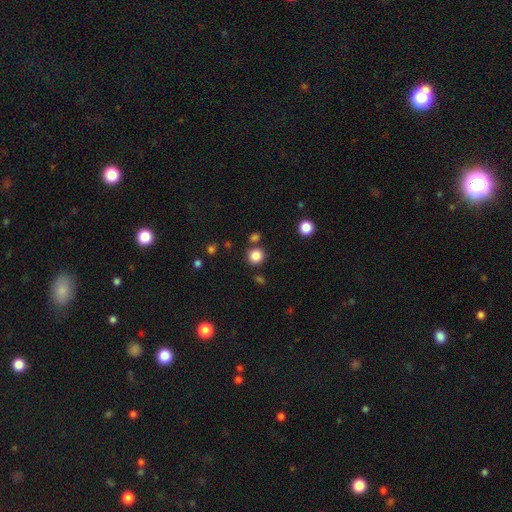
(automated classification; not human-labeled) Smooth or featured?
  - smooth: 85% *
  - star or artifact: 12%
  - featured or disk: 4%
How rounded?
  - round: 90% *
  - in between: 9%
  - cigar-shaped: 1%
Merging?
  - none: 81% *
  - minor disturbance: 8%
  - merger: 8%
  - major disturbance: 3%